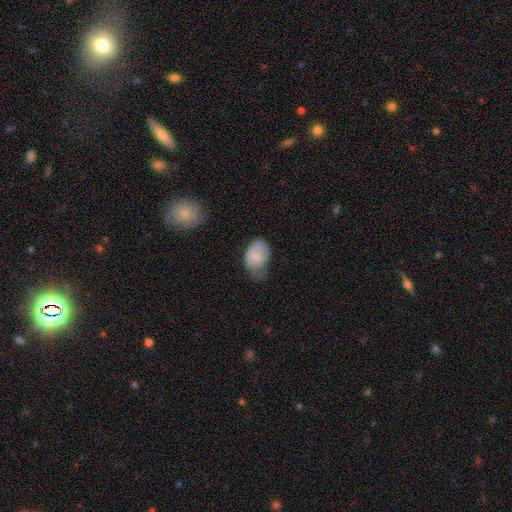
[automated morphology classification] Overall: smooth (74%). How rounded: in between (81%). Merging: minor disturbance (46%; major disturbance 27%).